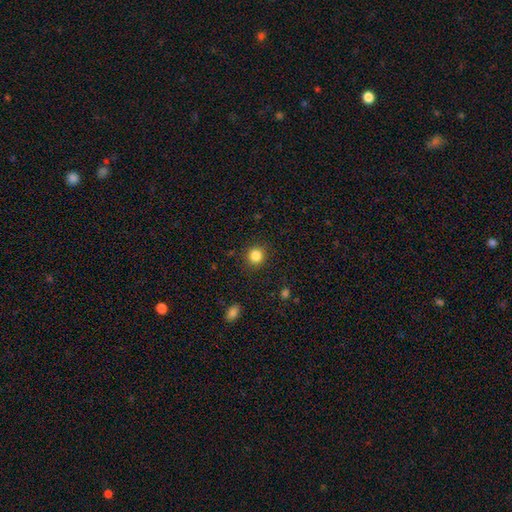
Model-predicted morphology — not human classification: Smooth or featured? smooth (84%)
How rounded? round (89%)
Merging? none (89%)